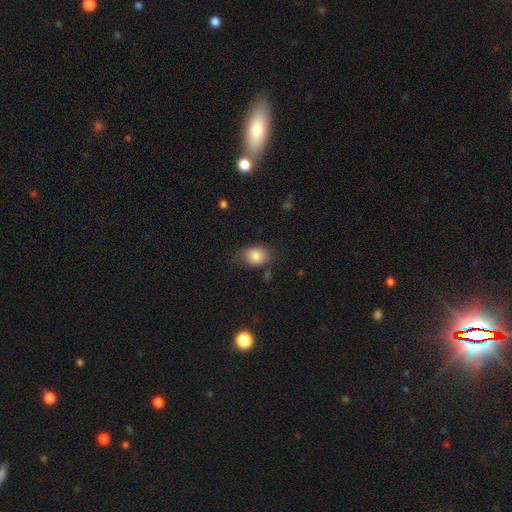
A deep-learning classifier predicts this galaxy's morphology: smooth_or_featured: smooth (p=0.83) [alt: featured or disk p=0.08]
how_rounded: in between (p=0.64) [alt: round p=0.35]
merging: none (p=0.58) [alt: minor disturbance p=0.30]